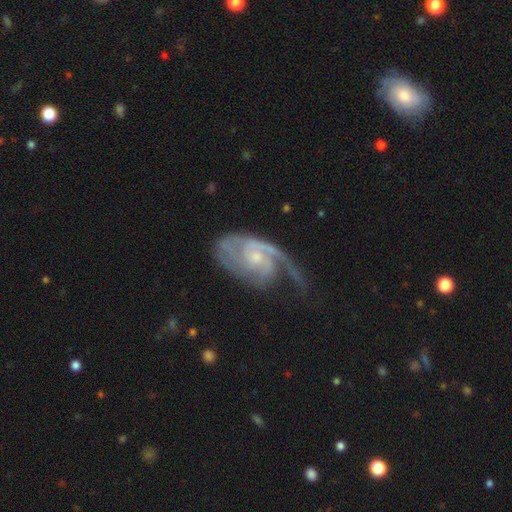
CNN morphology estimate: type=featured or disk (88%); edge-on=no (97%); bar=no (63%); spiral arms=yes (97%); winding=tight (46%); arm count=2 (40%); bulge=small (55%); merging=none (45%).